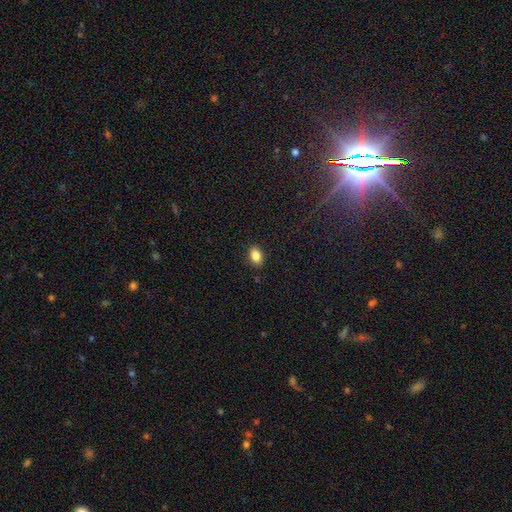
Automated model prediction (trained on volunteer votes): smooth 86%, star or artifact 9%, featured or disk 6%. Down the decision tree: how rounded — in between (85%); merging — none (89%).